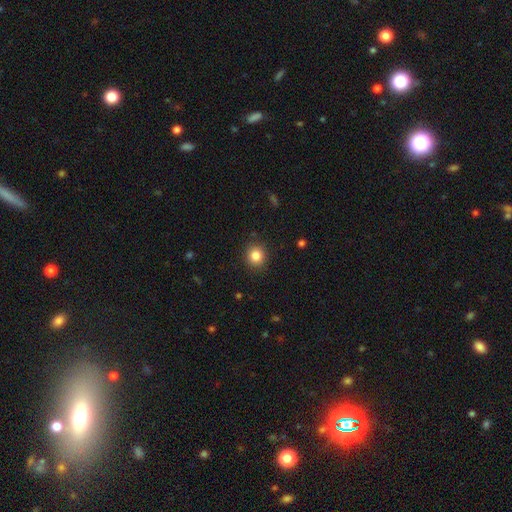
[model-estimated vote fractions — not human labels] This is clearly a smooth galaxy (84%). How rounded: clearly round (87%). Merging: clearly none (90%).